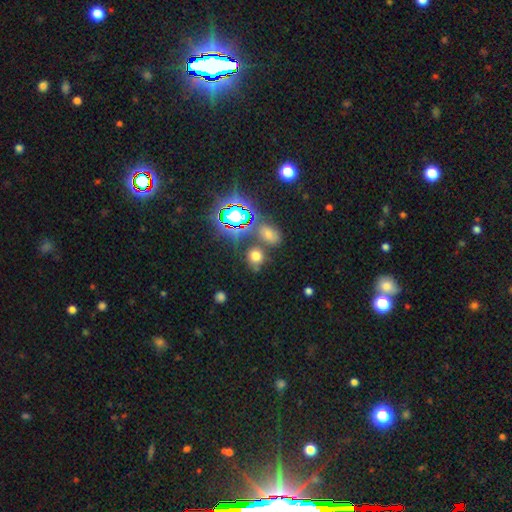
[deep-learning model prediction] The model was most divided on "how rounded": round: 65%, in between: 33%, cigar-shaped: 2%. More confident: merging — none (68%); smooth or featured — smooth (62%).